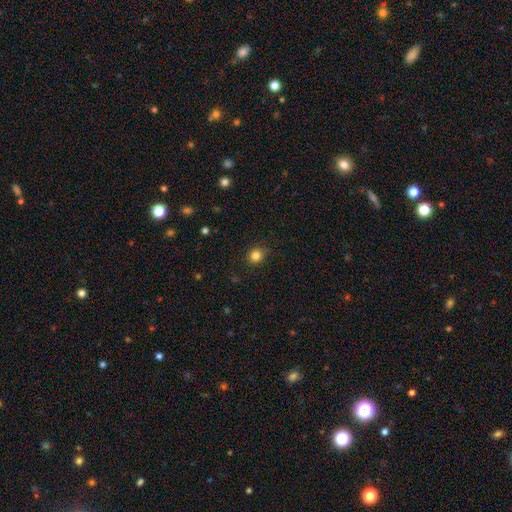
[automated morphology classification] Smooth or featured: smooth — 83% (star or artifact — 13%)
How rounded: round — 90% (in between — 9%)
Merging: none — 87% (minor disturbance — 10%)